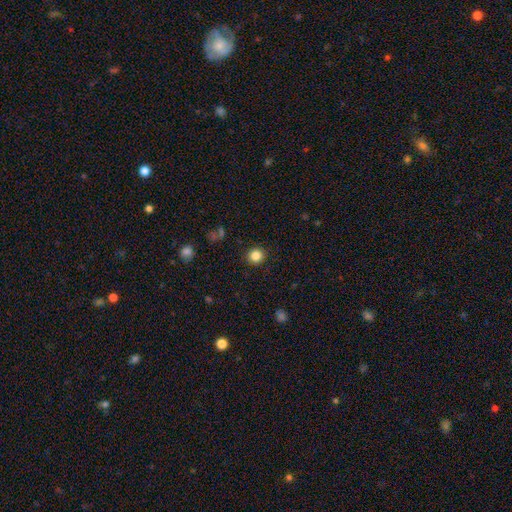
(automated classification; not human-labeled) This is clearly a smooth galaxy (85%). How rounded: clearly round (91%). Merging: clearly none (91%).